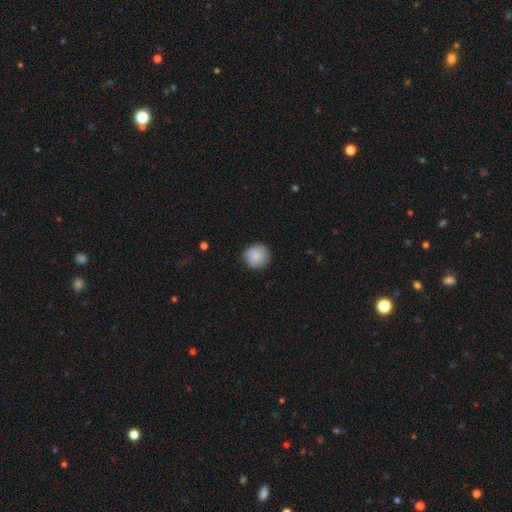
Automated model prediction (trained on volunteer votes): smooth 86%, star or artifact 7%, featured or disk 6%. Down the decision tree: how rounded — round (92%); merging — none (86%).